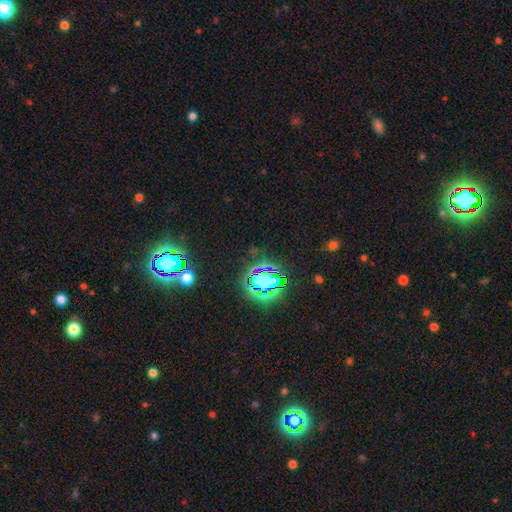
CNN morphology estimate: Overall: star or artifact (82%).